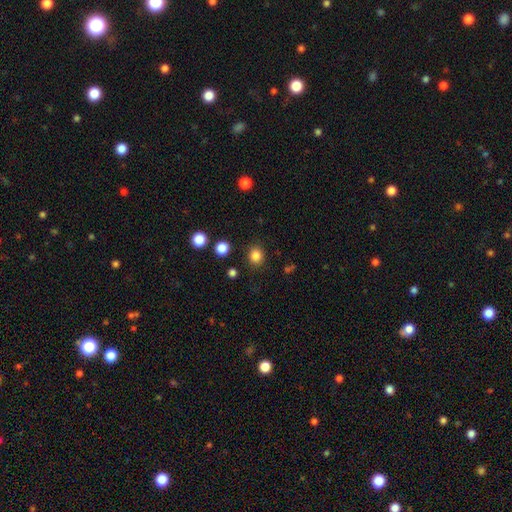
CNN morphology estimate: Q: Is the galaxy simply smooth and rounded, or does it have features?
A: smooth — 84%.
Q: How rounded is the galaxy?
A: round — 79%.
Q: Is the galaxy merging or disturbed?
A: none — 88%.